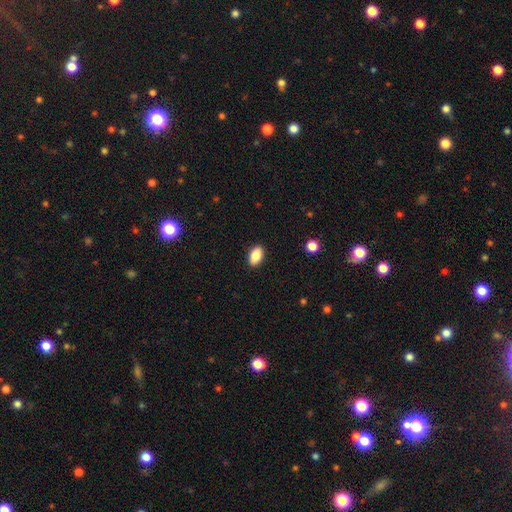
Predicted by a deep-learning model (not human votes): This is clearly a smooth galaxy (87%). How rounded: clearly in between (92%). Merging: clearly none (90%).